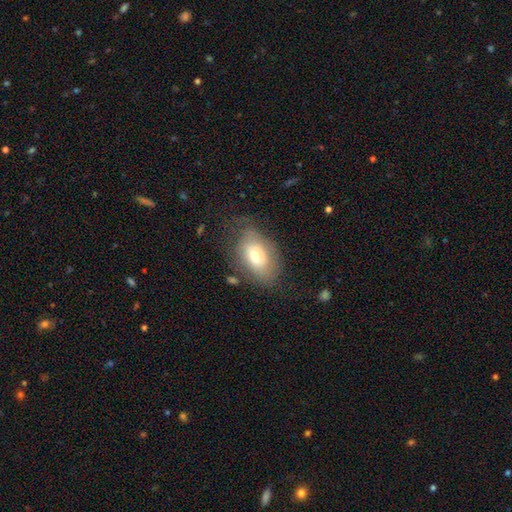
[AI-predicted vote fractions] Overall: smooth (65%; featured or disk 27%). How rounded: in between (89%). Merging: none (60%; minor disturbance 25%).